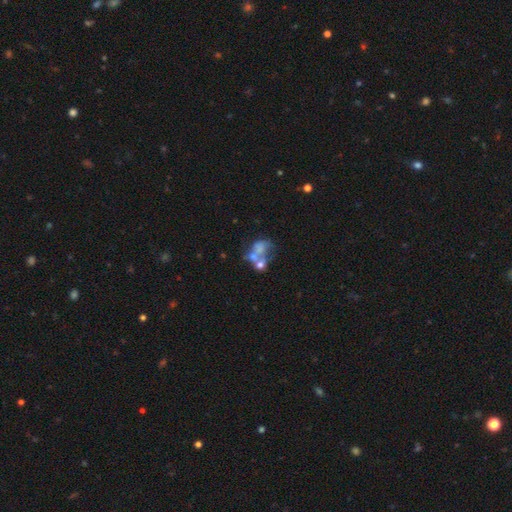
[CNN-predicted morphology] smooth_or_featured: featured or disk (p=0.47) [alt: smooth p=0.38]
merging: merger (p=0.51) [alt: none p=0.20]